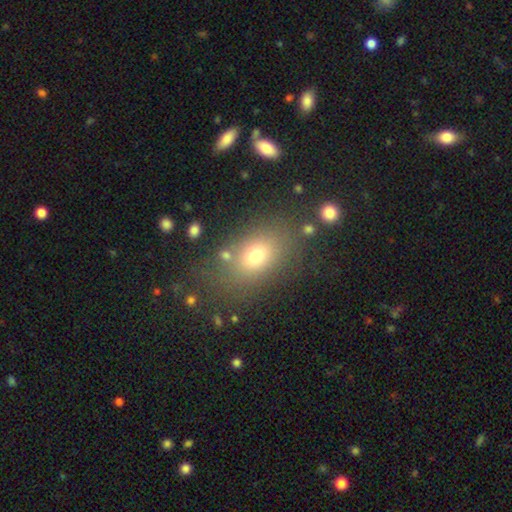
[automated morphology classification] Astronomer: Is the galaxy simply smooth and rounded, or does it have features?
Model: smooth — 71%.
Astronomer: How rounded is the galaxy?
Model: in between — 73%.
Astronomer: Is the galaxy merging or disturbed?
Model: none — 76%.